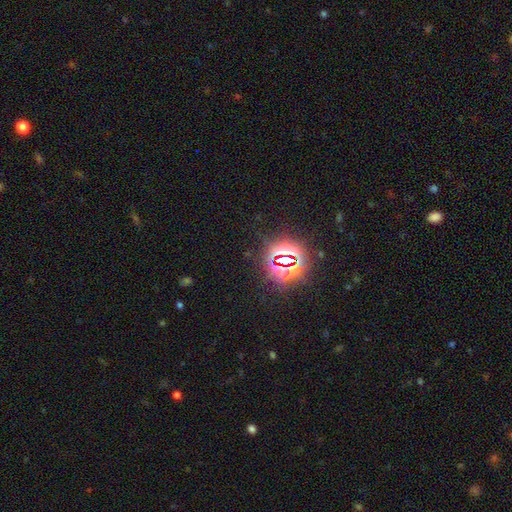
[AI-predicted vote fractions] Overall: star or artifact (79%).